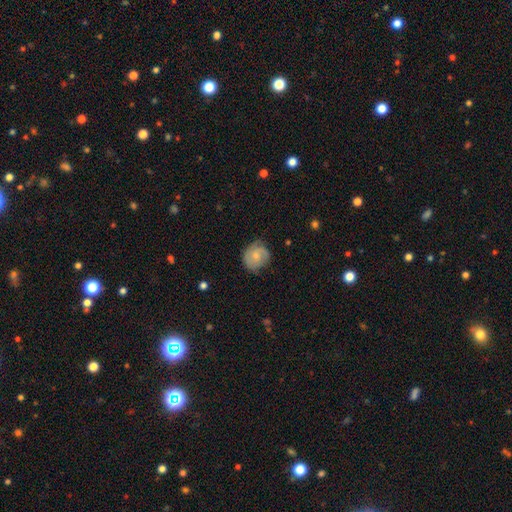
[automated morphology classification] smooth_or_featured: featured or disk (p=0.54) [alt: smooth p=0.39]
disk_edge_on: no (p=0.98) [alt: yes p=0.02]
bar: no (p=0.71) [alt: weak p=0.25]
has_spiral_arms: yes (p=0.87) [alt: no p=0.13]
bulge_size: small (p=0.56) [alt: moderate p=0.35]
merging: none (p=0.68) [alt: minor disturbance p=0.24]